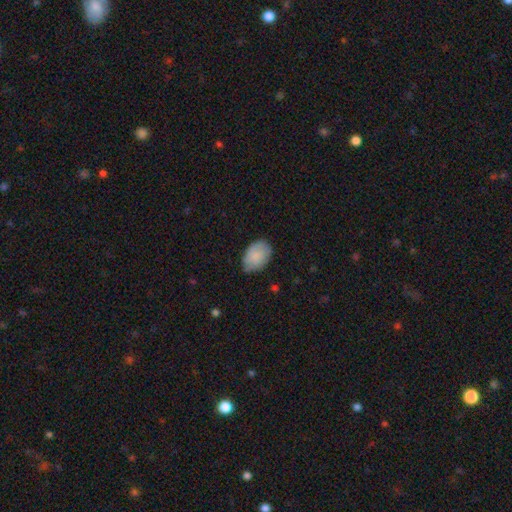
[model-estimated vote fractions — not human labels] Q: Smooth or featured?
A: smooth (83%); runner-up: featured or disk (10%)
Q: How rounded?
A: in between (83%); runner-up: round (16%)
Q: Merging?
A: none (69%); runner-up: minor disturbance (25%)